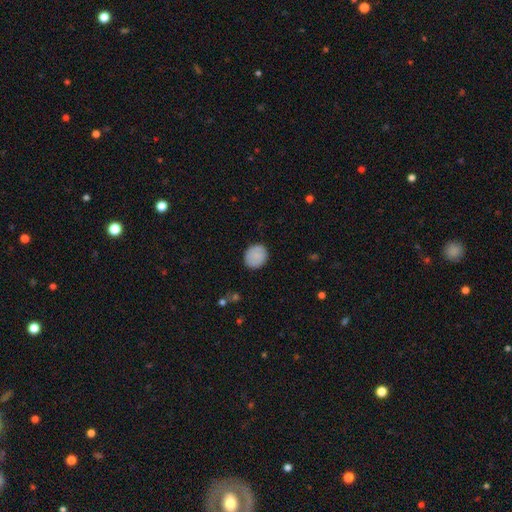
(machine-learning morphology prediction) Smooth or featured?
  - smooth: 86% *
  - featured or disk: 8%
  - star or artifact: 7%
How rounded?
  - round: 76% *
  - in between: 23%
  - cigar-shaped: 1%
Merging?
  - none: 88% *
  - minor disturbance: 9%
  - major disturbance: 2%
  - merger: 1%